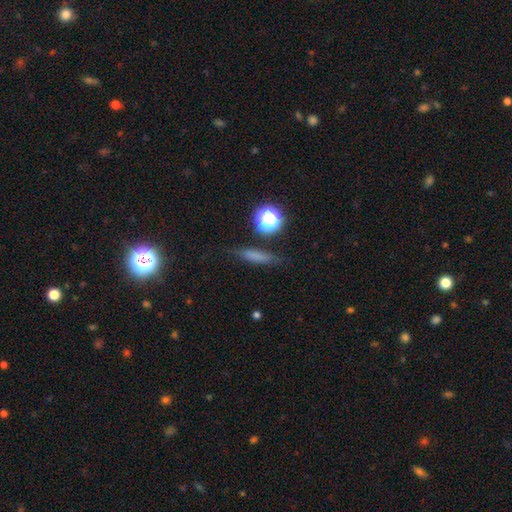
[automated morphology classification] smooth-or-featured: smooth: 64% | featured or disk: 19% | star or artifact: 17%
  how-rounded: cigar-shaped: 72% | in between: 18% | round: 10%
  merging: none: 77% | minor disturbance: 15% | major disturbance: 5% | merger: 2%